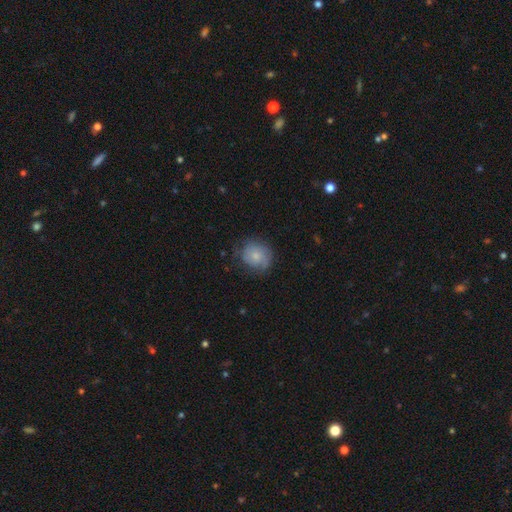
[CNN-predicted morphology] Smooth or featured?
  - smooth: 66% *
  - featured or disk: 26%
  - star or artifact: 8%
How rounded?
  - round: 78% *
  - in between: 21%
  - cigar-shaped: 1%
Merging?
  - none: 66% *
  - minor disturbance: 25%
  - major disturbance: 8%
  - merger: 1%